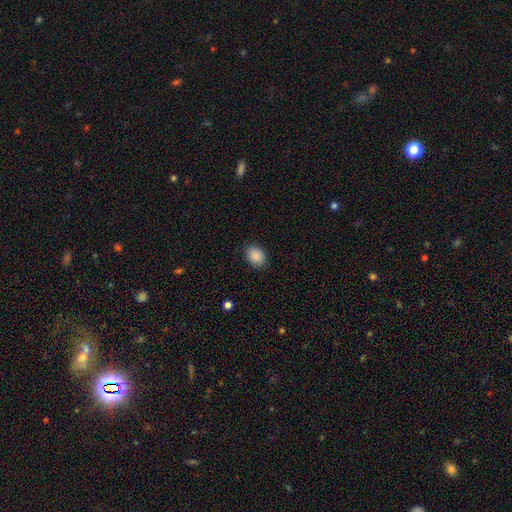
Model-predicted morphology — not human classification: The model was most divided on "how rounded": in between: 70%, round: 29%, cigar-shaped: 1%. More confident: smooth or featured — smooth (89%); merging — none (86%).